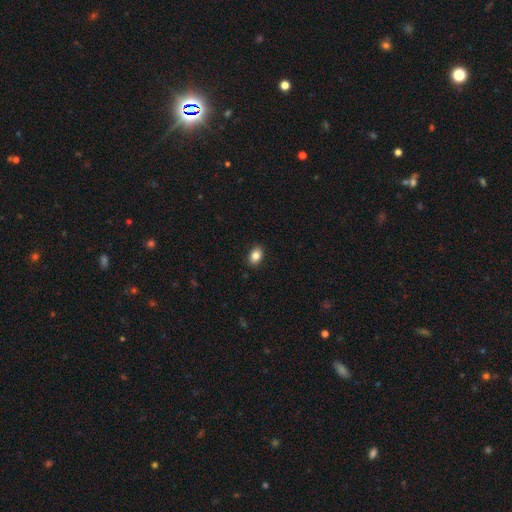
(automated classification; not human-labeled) Morphology: type=smooth (84%); roundness=in between (74%); merging=none (89%).